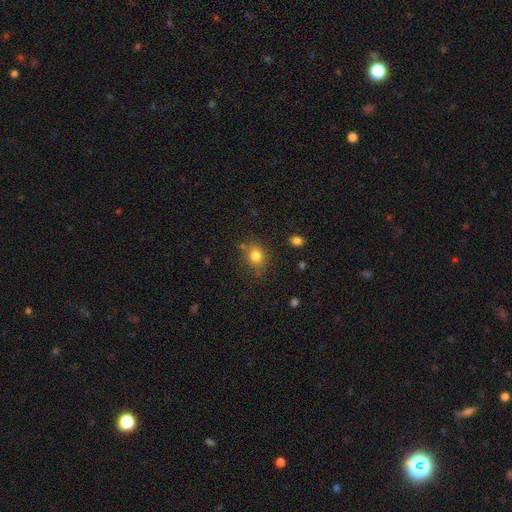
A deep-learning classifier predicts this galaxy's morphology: This is clearly a smooth galaxy (81%). How rounded: likely round (60%). Merging: likely none (75%).